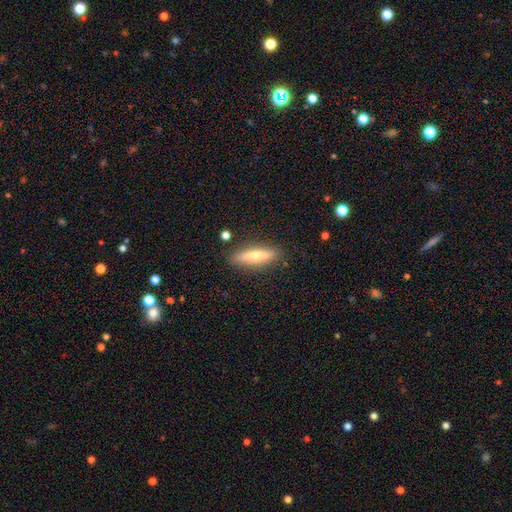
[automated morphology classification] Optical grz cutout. It shows a smooth galaxy with no disk features (53%) that is cigar-shaped (74%). Merging: none (87%).